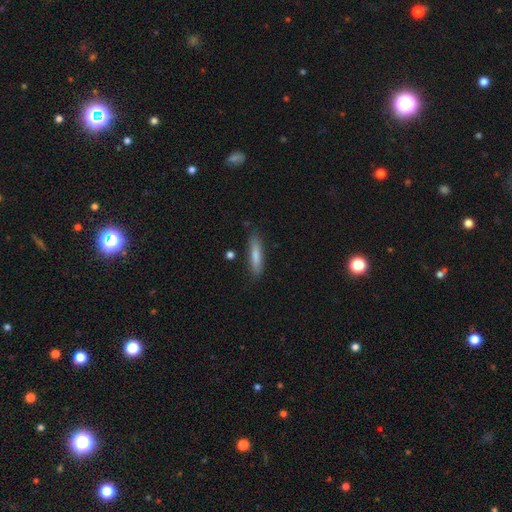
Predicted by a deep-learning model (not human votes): Smooth or featured? Predicted: smooth (p=0.79). How rounded? Predicted: cigar-shaped (p=0.80). Merging? Predicted: none (p=0.83).